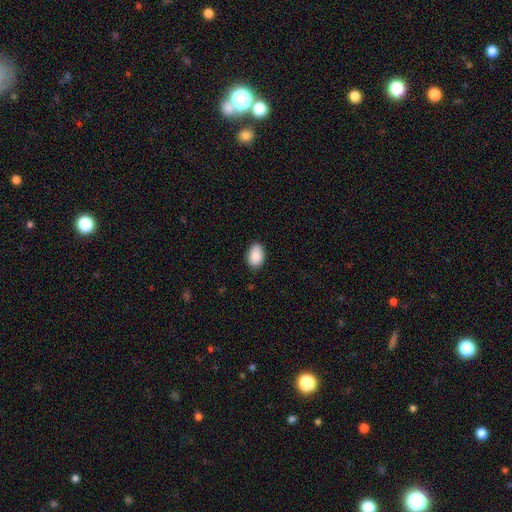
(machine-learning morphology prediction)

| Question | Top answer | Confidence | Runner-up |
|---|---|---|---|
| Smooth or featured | smooth | 90% | star or artifact (7%) |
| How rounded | in between | 88% | round (10%) |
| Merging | none | 86% | minor disturbance (11%) |